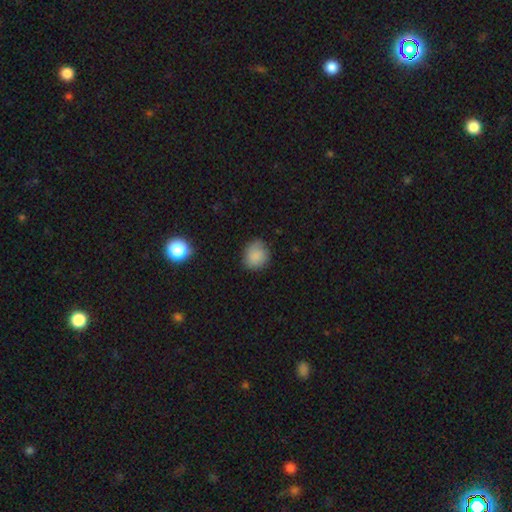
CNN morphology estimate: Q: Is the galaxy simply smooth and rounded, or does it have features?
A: smooth — 85%.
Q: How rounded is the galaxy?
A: round — 78%.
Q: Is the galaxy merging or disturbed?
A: none — 78%.